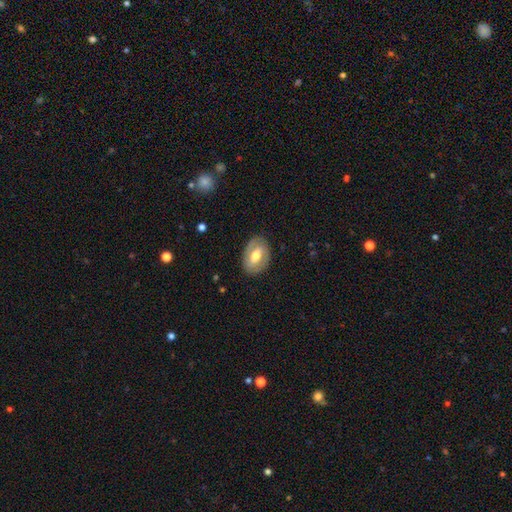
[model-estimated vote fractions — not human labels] Smooth or featured?
  - featured or disk: 49% *
  - smooth: 45%
  - star or artifact: 6%
Merging?
  - none: 84% *
  - minor disturbance: 12%
  - major disturbance: 4%
  - merger: 1%